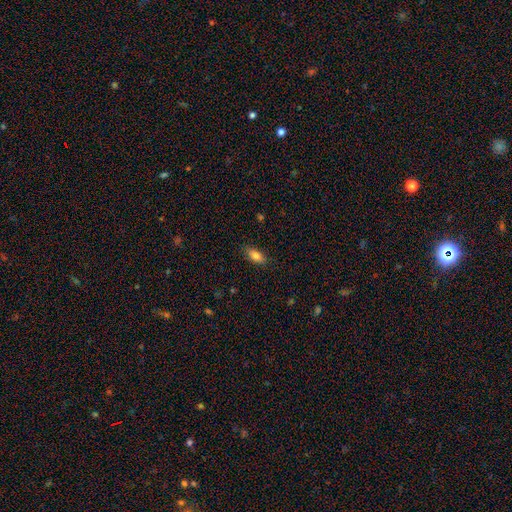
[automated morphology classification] The model was most divided on "smooth or featured": smooth: 81%, featured or disk: 11%, star or artifact: 8%. More confident: merging — none (86%); how rounded — in between (85%).